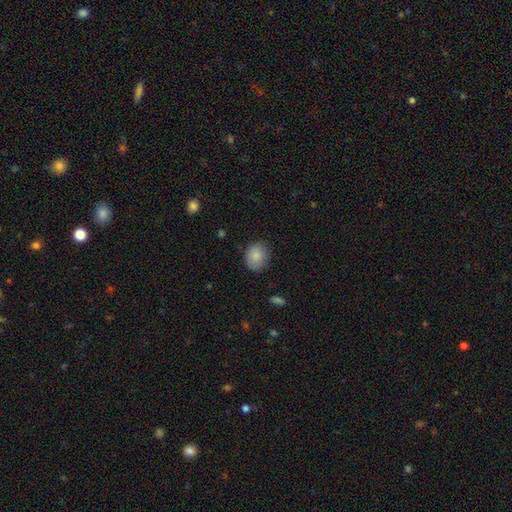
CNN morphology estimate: Overall: smooth (87%). How rounded: round (58%; in between 41%). Merging: none (81%).